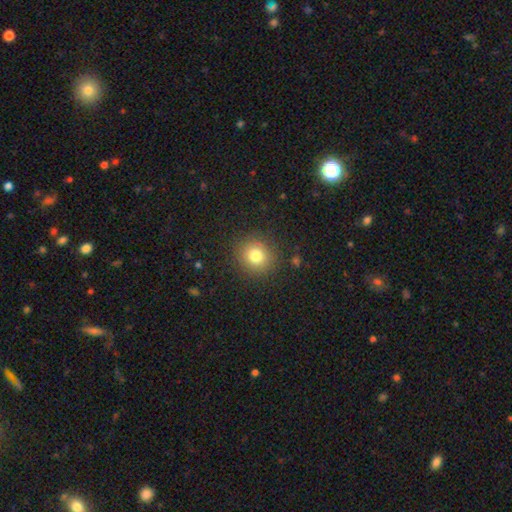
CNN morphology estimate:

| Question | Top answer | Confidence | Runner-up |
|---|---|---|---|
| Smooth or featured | smooth | 79% | star or artifact (13%) |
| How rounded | round | 90% | in between (9%) |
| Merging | none | 89% | minor disturbance (7%) |